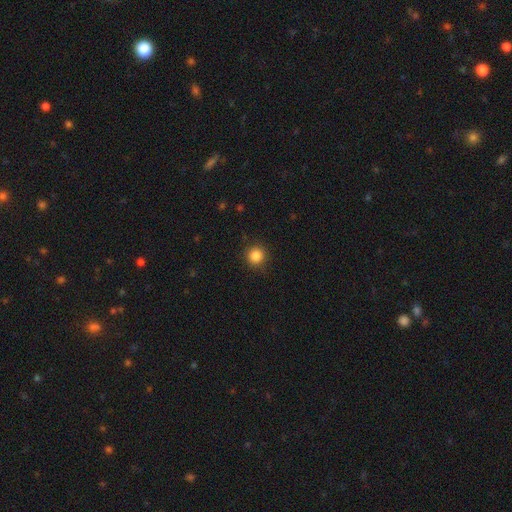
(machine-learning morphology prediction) Smooth or featured?
  - smooth: 85% *
  - star or artifact: 11%
  - featured or disk: 4%
How rounded?
  - round: 94% *
  - in between: 5%
  - cigar-shaped: 1%
Merging?
  - none: 90% *
  - minor disturbance: 7%
  - major disturbance: 2%
  - merger: 1%